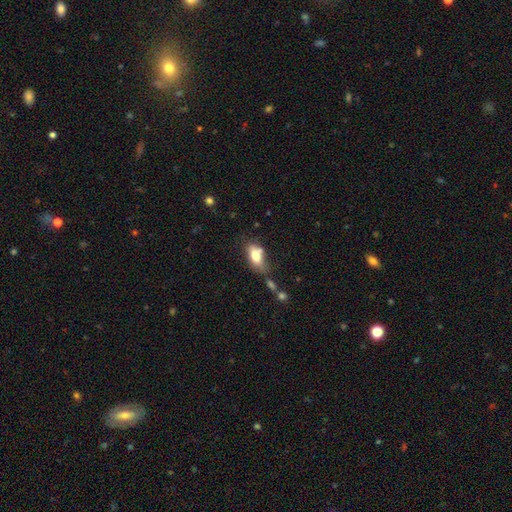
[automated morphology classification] This appears to be a smooth galaxy with no disk features (74%) that is in between round and cigar-shaped (88%). Merging: none (47%).